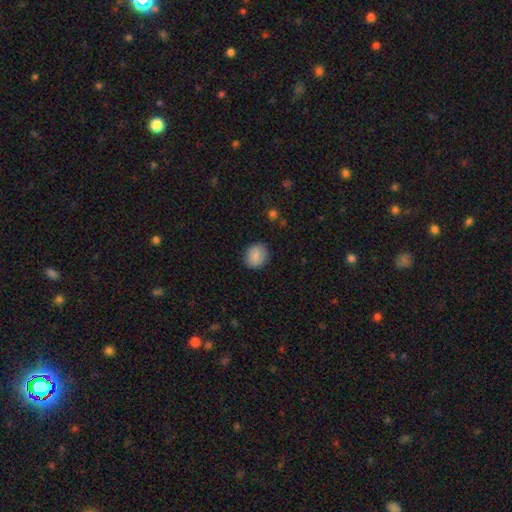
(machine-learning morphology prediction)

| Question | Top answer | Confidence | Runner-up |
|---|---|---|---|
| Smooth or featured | smooth | 86% | star or artifact (8%) |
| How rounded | round | 77% | in between (22%) |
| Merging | none | 88% | minor disturbance (9%) |